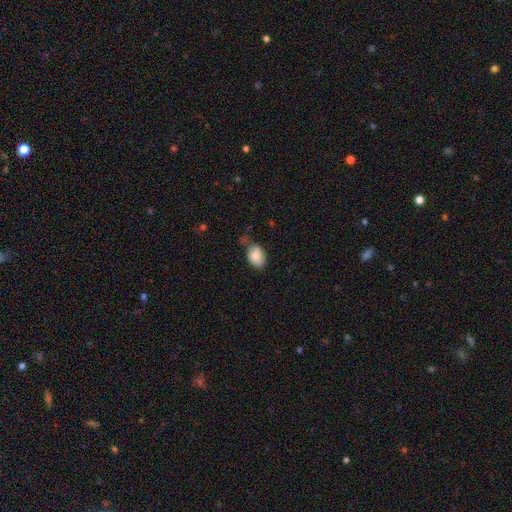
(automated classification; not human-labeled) Q: Smooth or featured?
A: smooth (84%); runner-up: featured or disk (9%)
Q: How rounded?
A: in between (83%); runner-up: round (16%)
Q: Merging?
A: none (54%); runner-up: minor disturbance (31%)